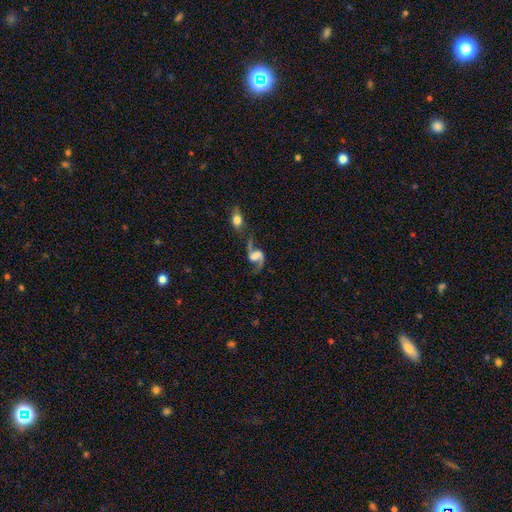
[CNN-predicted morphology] The model was most divided on "bar": weak: 43%, no: 31%, strong: 26%. Remaining: edge-on disk — no (97%); spiral arms — yes (94%); spiral arm count — 2 (91%); smooth or featured — featured or disk (84%); spiral winding — loose (73%); merging — none (51%); bulge size — none (39%).